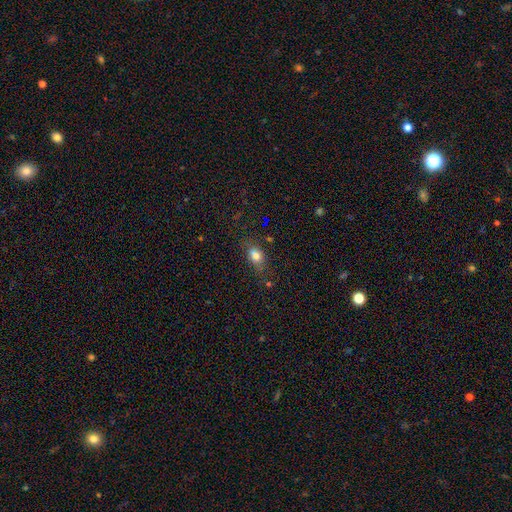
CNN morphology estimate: This appears to be a smooth galaxy with no disk features (77%) that is in between round and cigar-shaped (75%). Merging: none (67%).